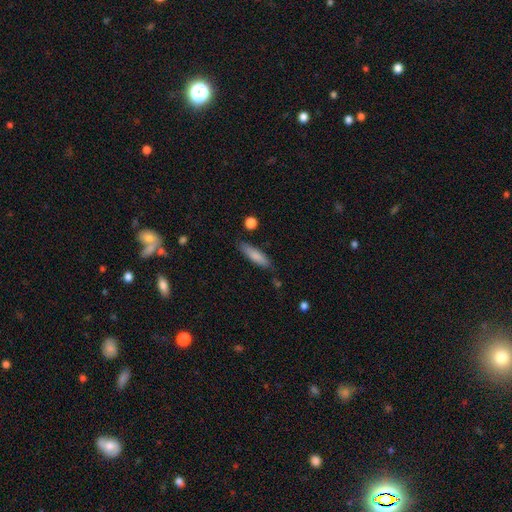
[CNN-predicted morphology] A smooth galaxy with no disk features (80%) that is cigar-shaped (69%).

Vote fractions:
- Smooth or featured? smooth: 80% / featured or disk: 14% / star or artifact: 6%
- How rounded? cigar-shaped: 69% / in between: 29% / round: 2%
- Merging? none: 80% / minor disturbance: 14% / merger: 3% / major disturbance: 3%